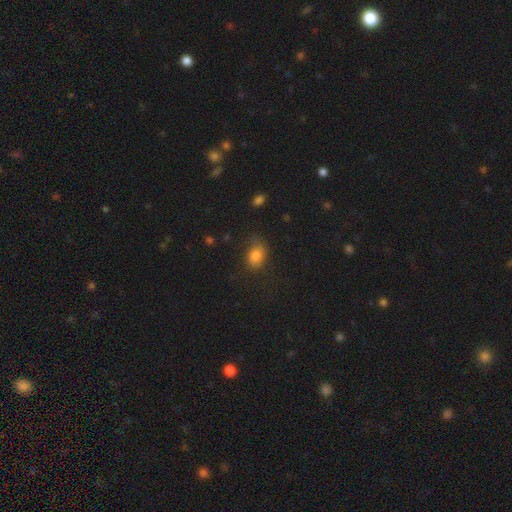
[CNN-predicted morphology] Smooth or featured? Predicted: smooth (p=0.82). How rounded? Predicted: in between (p=0.70). Merging? Predicted: none (p=0.61).